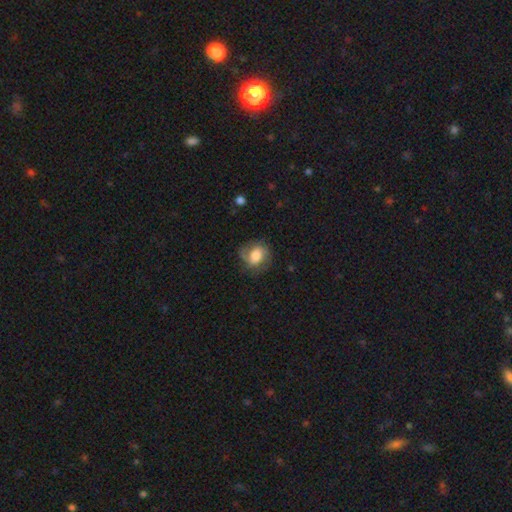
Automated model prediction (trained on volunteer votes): Smooth or featured?
  - smooth: 48% *
  - featured or disk: 44%
  - star or artifact: 9%
Merging?
  - none: 66% *
  - minor disturbance: 22%
  - major disturbance: 11%
  - merger: 1%